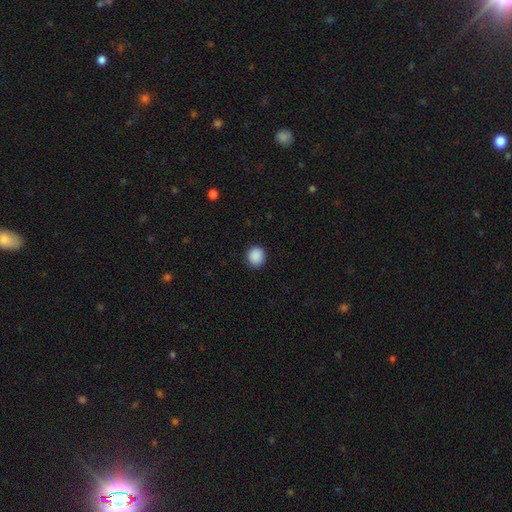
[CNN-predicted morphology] Smooth or featured? smooth (90%)
How rounded? round (88%)
Merging? none (90%)